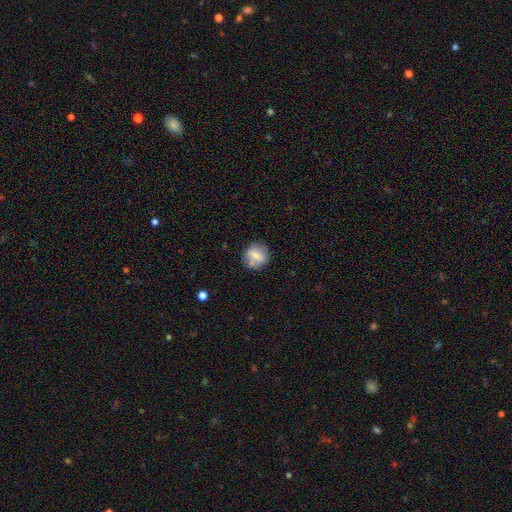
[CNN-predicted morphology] This appears to be a smooth galaxy with no disk features (61%) that is round (80%). Merging: none (72%).